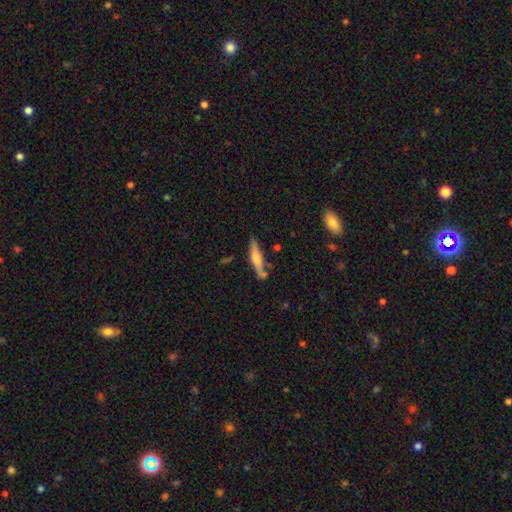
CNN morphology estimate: This is possibly a featured or disk galaxy (47%). Merging: likely none (74%).